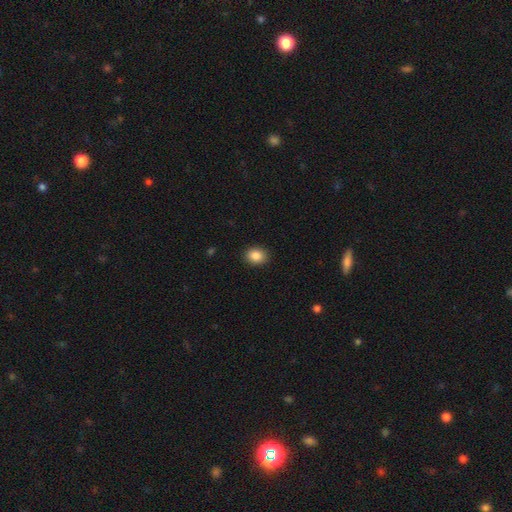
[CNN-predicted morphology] type=smooth (87%); roundness=in between (53%); merging=none (90%).